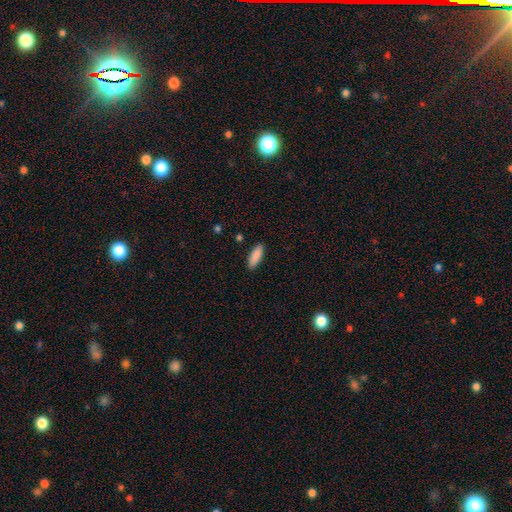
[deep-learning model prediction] The model was most divided on "how rounded": in between: 61%, cigar-shaped: 37%, round: 2%. More confident: smooth or featured — smooth (89%); merging — none (89%).